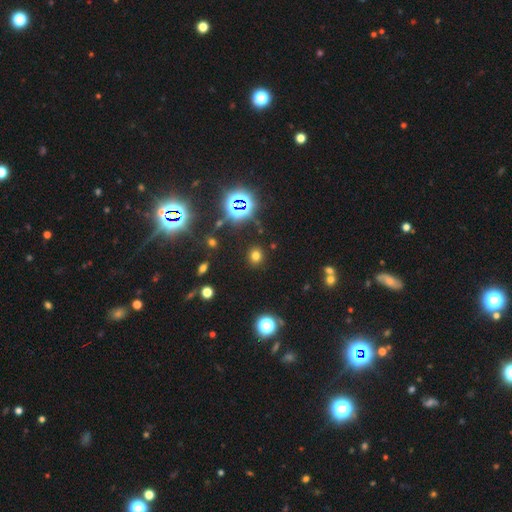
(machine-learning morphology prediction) Smooth or featured?
  - smooth: 68% *
  - star or artifact: 25%
  - featured or disk: 7%
How rounded?
  - round: 78% *
  - in between: 20%
  - cigar-shaped: 1%
Merging?
  - none: 88% *
  - minor disturbance: 7%
  - major disturbance: 3%
  - merger: 2%